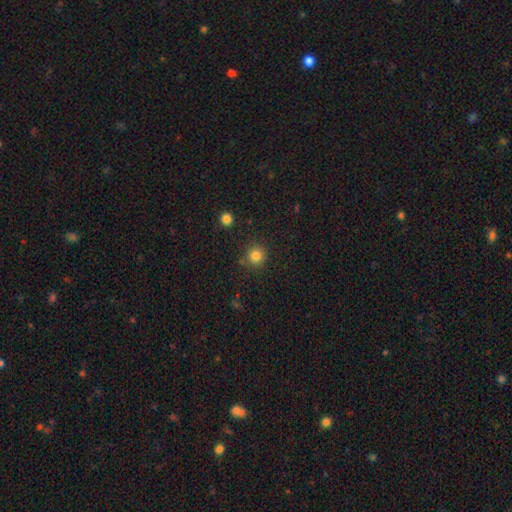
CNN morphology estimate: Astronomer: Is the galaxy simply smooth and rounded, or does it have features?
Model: smooth — 82%.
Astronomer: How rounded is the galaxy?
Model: round — 93%.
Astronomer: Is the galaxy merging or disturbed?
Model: none — 84%.